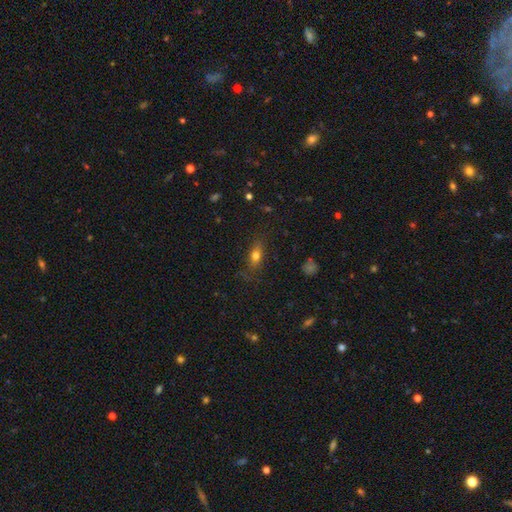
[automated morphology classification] Q: Smooth or featured?
A: smooth (71%); runner-up: featured or disk (18%)
Q: How rounded?
A: in between (69%); runner-up: cigar-shaped (20%)
Q: Merging?
A: none (73%); runner-up: minor disturbance (18%)